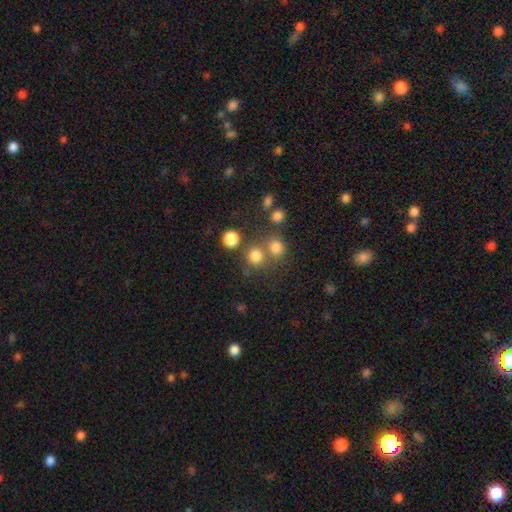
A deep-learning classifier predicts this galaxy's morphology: smooth 77%, star or artifact 16%, featured or disk 7%. Down the decision tree: how rounded — round (89%); merging — none (63%).